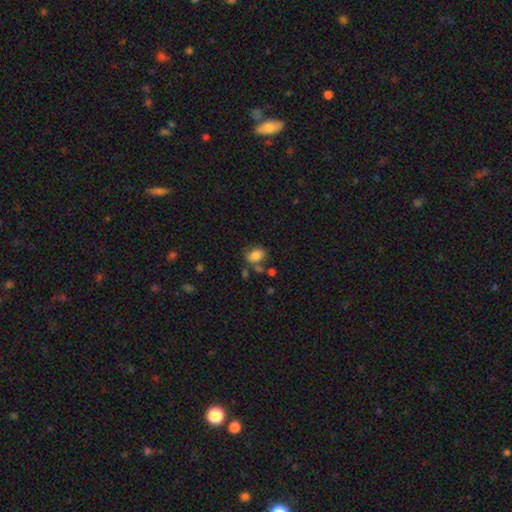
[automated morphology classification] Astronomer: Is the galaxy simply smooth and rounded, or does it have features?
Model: smooth — 80%.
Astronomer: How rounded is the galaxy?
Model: in between — 73%.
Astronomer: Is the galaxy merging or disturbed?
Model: none — 59%.